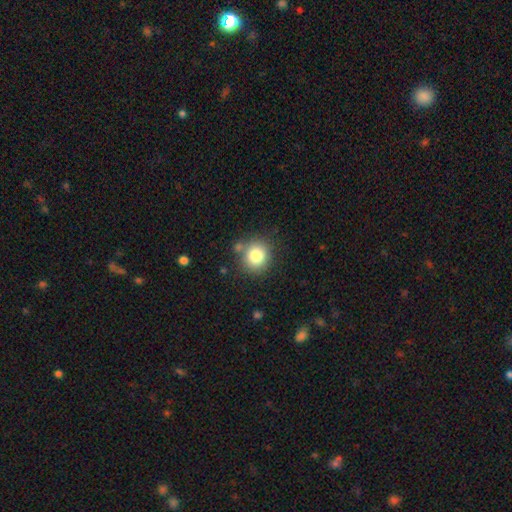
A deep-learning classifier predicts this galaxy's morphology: type=smooth (81%); roundness=round (87%); merging=none (77%).